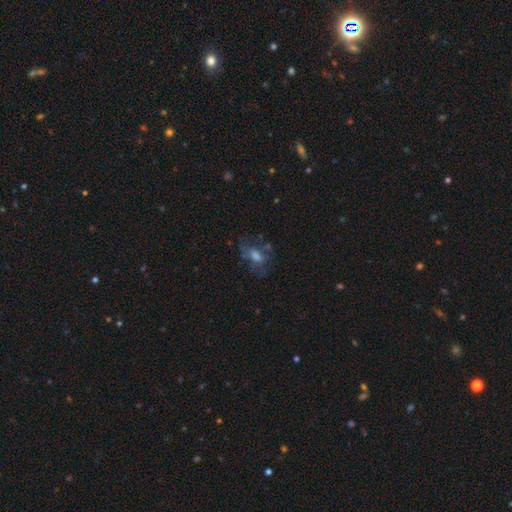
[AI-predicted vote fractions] The model was most divided on "smooth or featured": featured or disk: 47%, smooth: 34%, star or artifact: 19%. More confident: merging — none (53%).